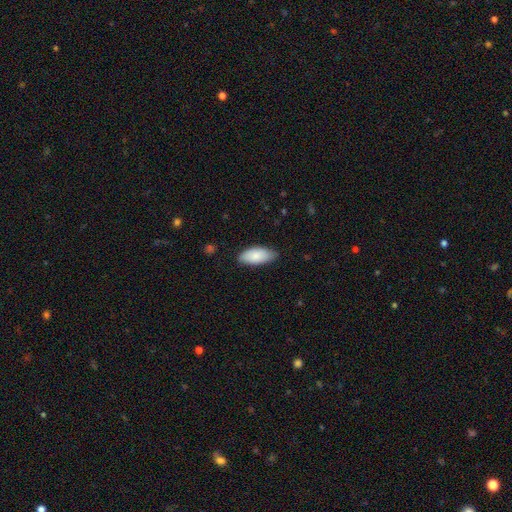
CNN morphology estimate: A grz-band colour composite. It shows a smooth galaxy with no disk features (85%) that is in between round and cigar-shaped (90%). Merging: none (78%).